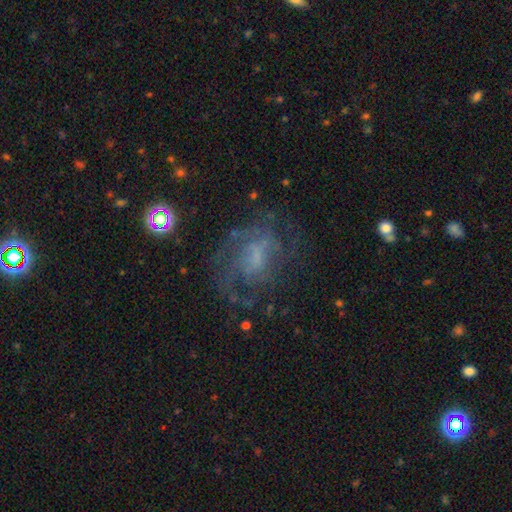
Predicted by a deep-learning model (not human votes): This is likely a featured or disk galaxy (72%). It is clearly not viewed edge-on (97%). Bar: possibly no (50%). Spiral arm pattern: clearly yes (85%). Spiral arm count: marginally can't tell (44%). Spiral winding: marginally tight (43%). Central bulge: marginally small (34%, tied with none). Merging: likely none (63%).